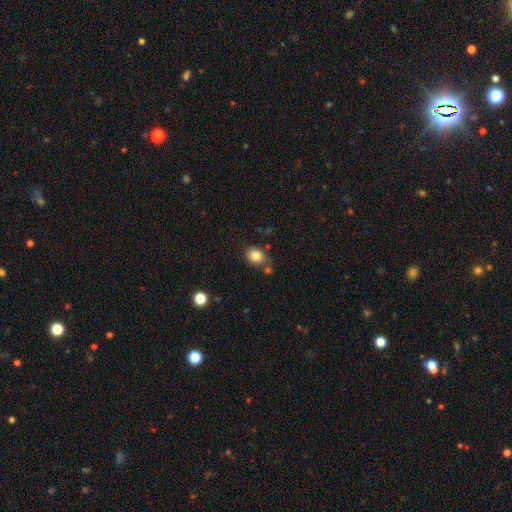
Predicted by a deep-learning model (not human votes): A smooth galaxy with no disk features (84%) that is round (52%). Merging: none (69%).